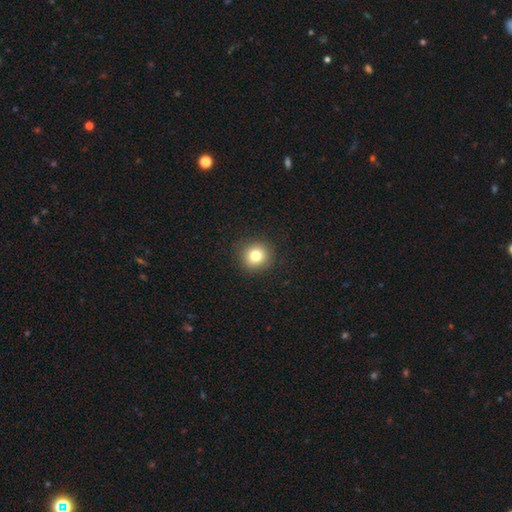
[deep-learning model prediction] A smooth galaxy with no disk features (80%) that is round (92%).

Vote fractions:
- Smooth or featured? smooth: 80% / star or artifact: 12% / featured or disk: 8%
- How rounded? round: 92% / in between: 8% / cigar-shaped: 1%
- Merging? none: 91% / minor disturbance: 6% / major disturbance: 2% / merger: 1%